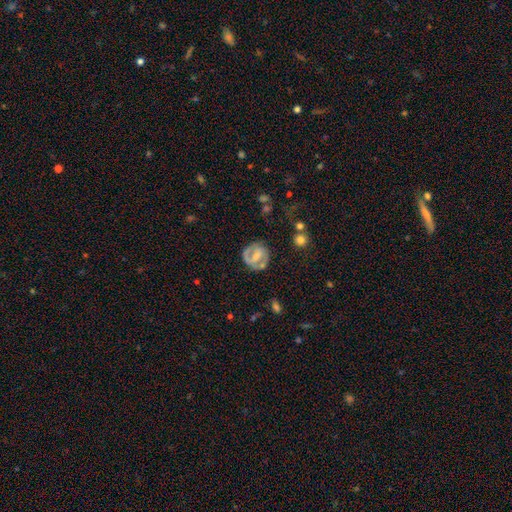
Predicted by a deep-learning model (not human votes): This is likely a featured or disk galaxy (60%). It is clearly not viewed edge-on (97%). Bar: marginally weak (43%). Spiral arm pattern: likely yes (64%). Central bulge: marginally moderate (35%). Merging: likely none (66%).